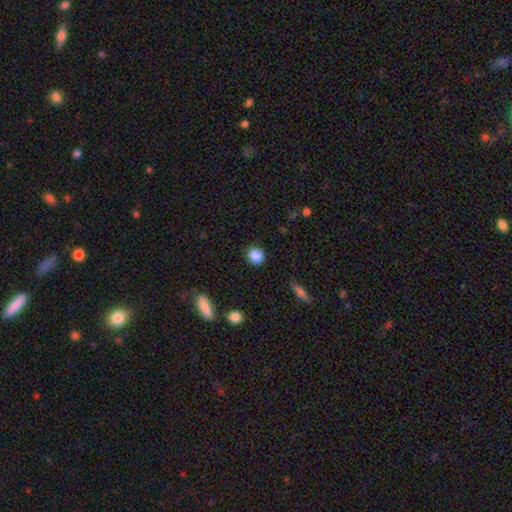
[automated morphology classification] type=smooth (87%); roundness=round (80%); merging=none (86%).